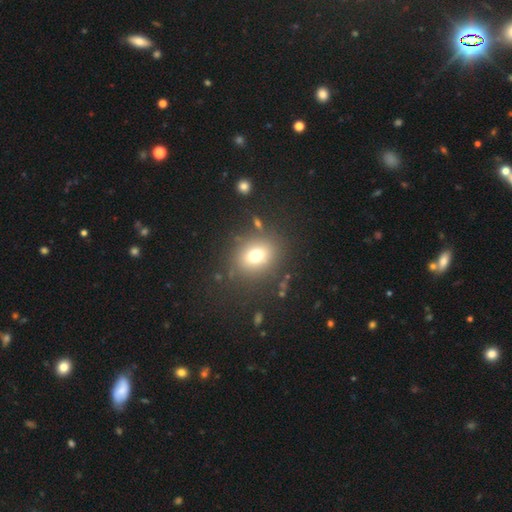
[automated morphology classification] Smooth or featured: smooth — 72% (star or artifact — 14%)
How rounded: round — 51% (in between — 47%)
Merging: none — 81% (minor disturbance — 10%)